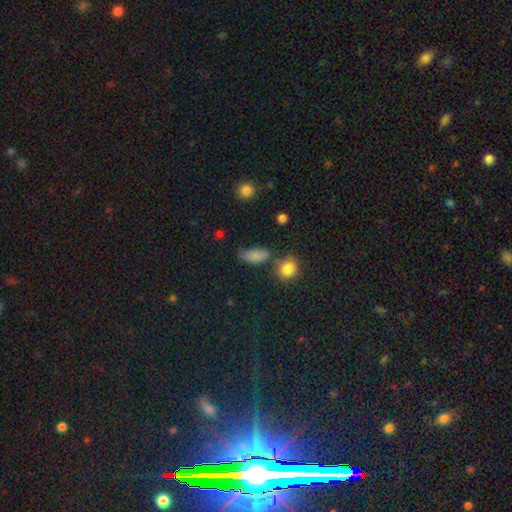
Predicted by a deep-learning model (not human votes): Smooth or featured: smooth — 81% (star or artifact — 11%)
How rounded: in between — 82% (cigar-shaped — 11%)
Merging: none — 56% (minor disturbance — 25%)